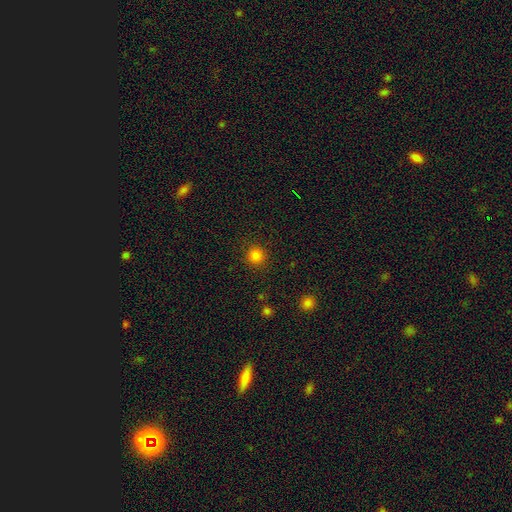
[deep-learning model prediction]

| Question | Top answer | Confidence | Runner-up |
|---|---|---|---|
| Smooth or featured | smooth | 83% | star or artifact (14%) |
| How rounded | round | 94% | in between (5%) |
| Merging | none | 90% | minor disturbance (6%) |